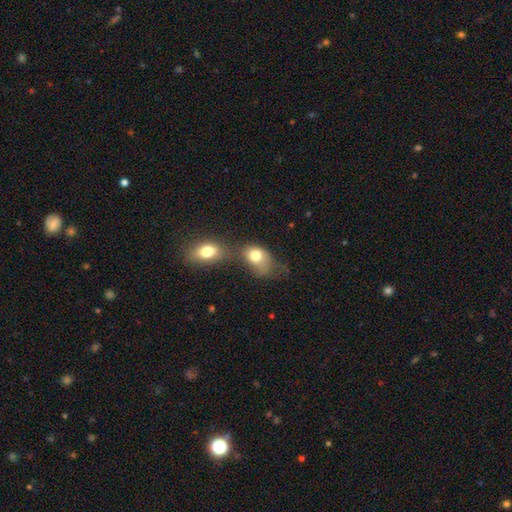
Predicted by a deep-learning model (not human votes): Smooth or featured: smooth — 77% (featured or disk — 13%)
How rounded: in between — 65% (round — 34%)
Merging: merger — 52% (none — 21%)